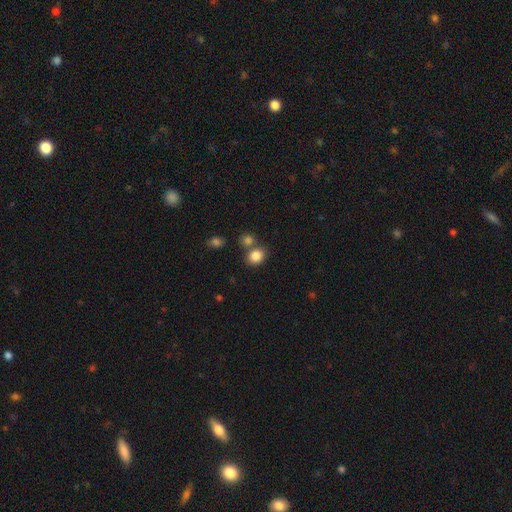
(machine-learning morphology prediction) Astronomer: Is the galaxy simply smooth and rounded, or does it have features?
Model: smooth — 84%.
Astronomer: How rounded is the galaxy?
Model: round — 60% (runner-up: in between, 39%).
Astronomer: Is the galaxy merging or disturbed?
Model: none — 62%.